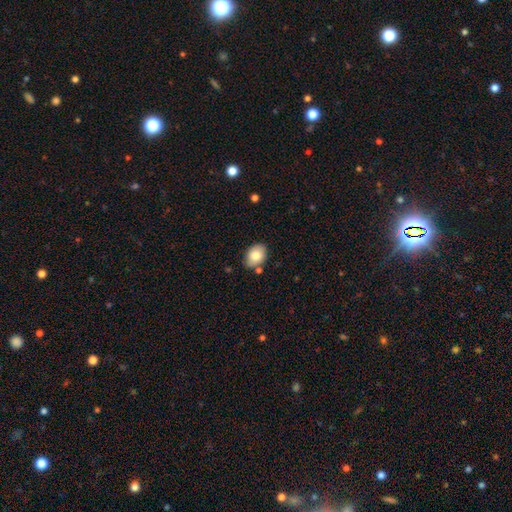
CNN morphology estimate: Q: Smooth or featured?
A: smooth (83%); runner-up: featured or disk (10%)
Q: How rounded?
A: in between (75%); runner-up: round (24%)
Q: Merging?
A: none (76%); runner-up: minor disturbance (15%)